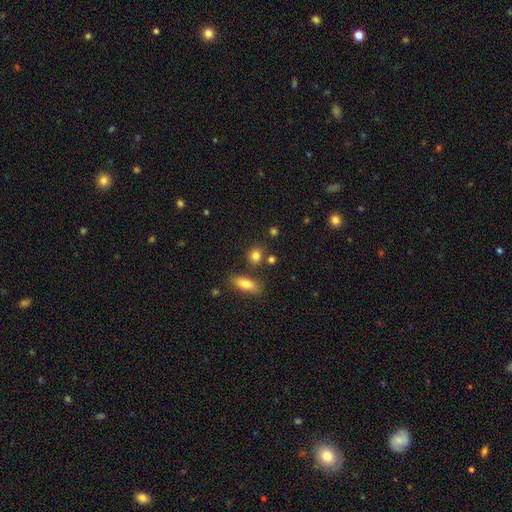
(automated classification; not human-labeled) A smooth galaxy with no disk features (82%) that is round (70%). Merging: none (75%).